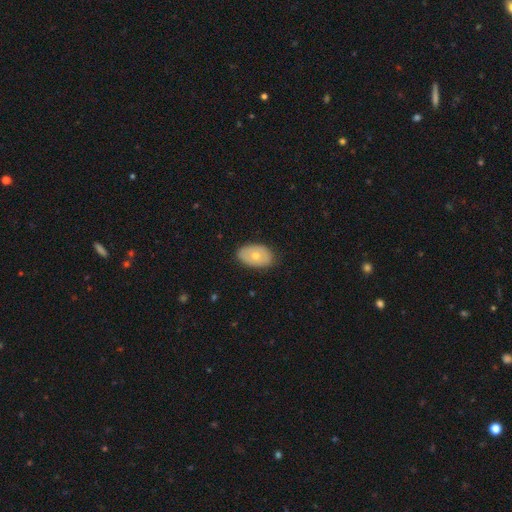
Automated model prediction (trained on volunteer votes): smooth_or_featured: smooth (p=0.63) [alt: featured or disk p=0.31]
how_rounded: in between (p=0.87) [alt: round p=0.12]
merging: none (p=0.83) [alt: minor disturbance p=0.13]